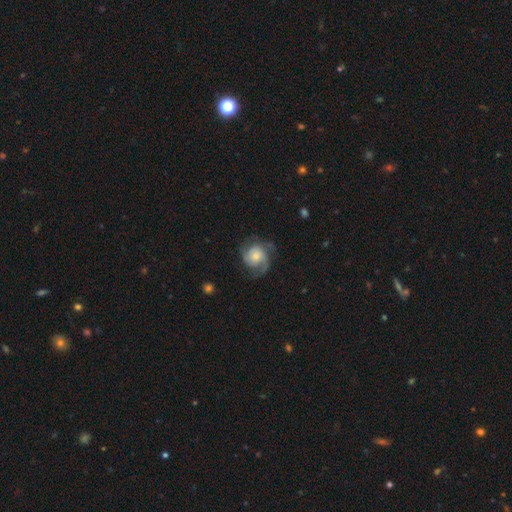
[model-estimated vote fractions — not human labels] Smooth or featured? Predicted: featured or disk (p=0.78). Edge-on disk? Predicted: no (p=0.98). Bar? Predicted: no (p=0.75). Spiral arms? Predicted: yes (p=0.95). Spiral winding? Predicted: medium (p=0.45). Spiral arm count? Predicted: 2 (p=0.41). Bulge size? Predicted: moderate (p=0.50). Merging? Predicted: none (p=0.69).